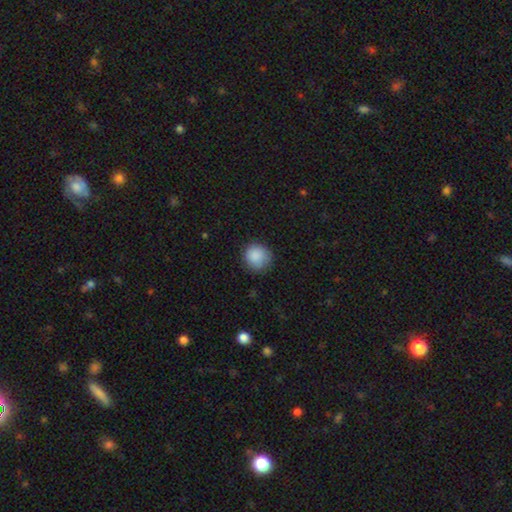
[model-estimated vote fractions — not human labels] A smooth galaxy with no disk features (88%) that is round (91%). Merging: none (83%).